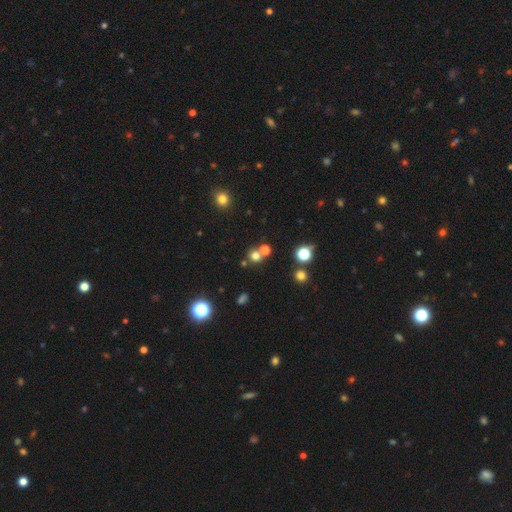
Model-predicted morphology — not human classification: Smooth or featured?
  - smooth: 68% *
  - star or artifact: 23%
  - featured or disk: 9%
How rounded?
  - round: 86% *
  - in between: 13%
  - cigar-shaped: 1%
Merging?
  - none: 60% *
  - merger: 29%
  - minor disturbance: 7%
  - major disturbance: 3%